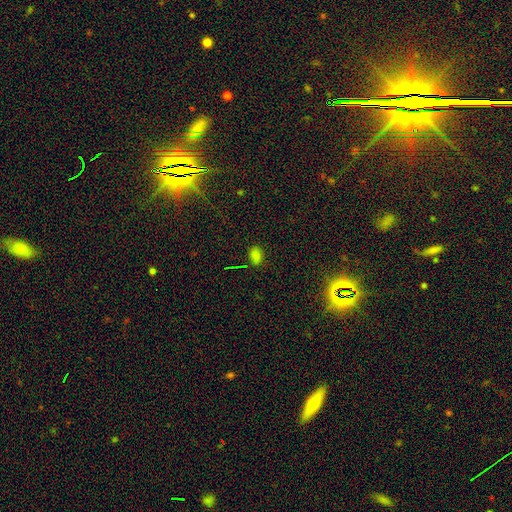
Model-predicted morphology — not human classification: type=smooth (72%); roundness=in between (81%); merging=none (79%).